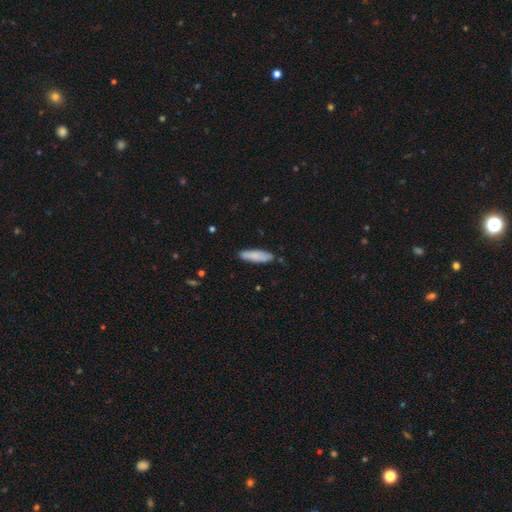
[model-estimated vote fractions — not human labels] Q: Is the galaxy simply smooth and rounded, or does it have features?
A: smooth — 83%.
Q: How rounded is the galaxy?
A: cigar-shaped — 61%.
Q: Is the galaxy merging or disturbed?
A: none — 82%.